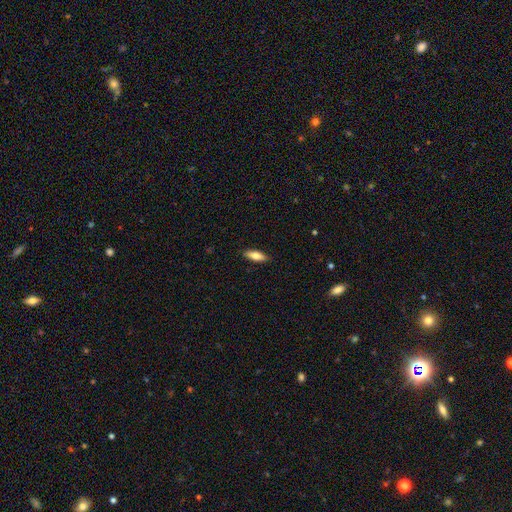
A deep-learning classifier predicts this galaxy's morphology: A smooth galaxy with no disk features (77%) that is in between round and cigar-shaped (64%). Merging: none (89%).